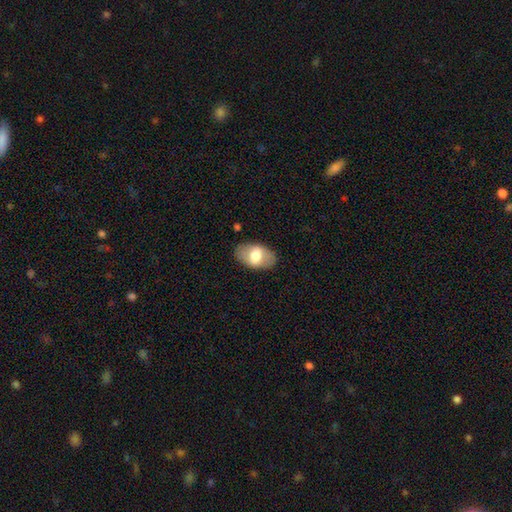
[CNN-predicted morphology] A smooth galaxy with no disk features (64%) that is in between round and cigar-shaped (92%).

Vote fractions:
- Smooth or featured? smooth: 64% / featured or disk: 30% / star or artifact: 6%
- How rounded? in between: 92% / round: 6% / cigar-shaped: 2%
- Merging? none: 85% / minor disturbance: 11% / major disturbance: 3% / merger: 1%